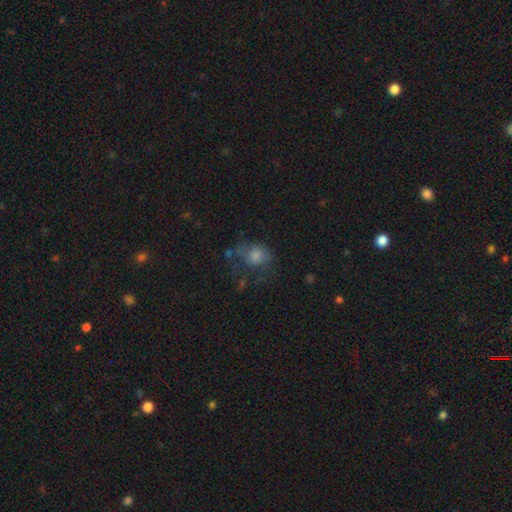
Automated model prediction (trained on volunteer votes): smooth_or_featured: smooth (p=0.54) [alt: featured or disk p=0.30]
how_rounded: round (p=0.56) [alt: in between p=0.43]
merging: none (p=0.39) [alt: major disturbance p=0.32]